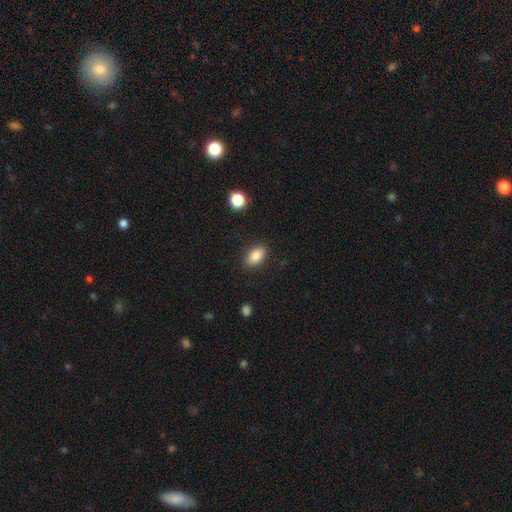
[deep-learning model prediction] Smooth or featured: smooth — 86% (star or artifact — 8%)
How rounded: in between — 90% (round — 7%)
Merging: none — 87% (minor disturbance — 9%)